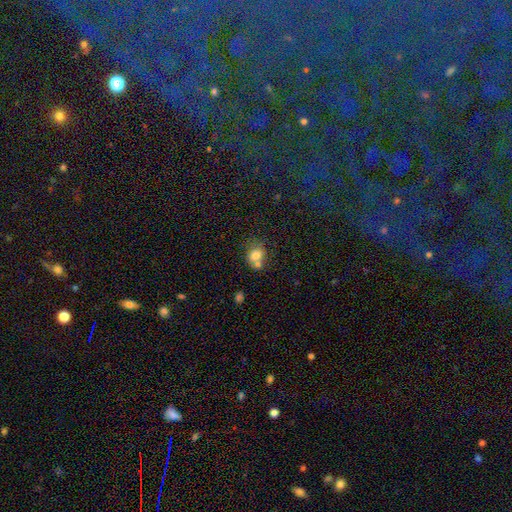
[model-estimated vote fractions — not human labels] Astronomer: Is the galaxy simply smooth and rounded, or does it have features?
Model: smooth — 75%.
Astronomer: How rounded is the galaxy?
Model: round — 66%.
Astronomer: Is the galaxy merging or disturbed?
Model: merger — 43% (runner-up: none, 39%).